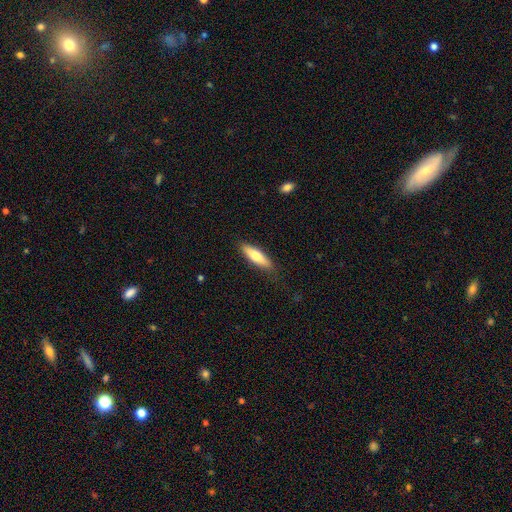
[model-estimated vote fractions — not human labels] This appears to be a smooth galaxy with no disk features (71%) that is cigar-shaped (63%). Merging: none (85%).